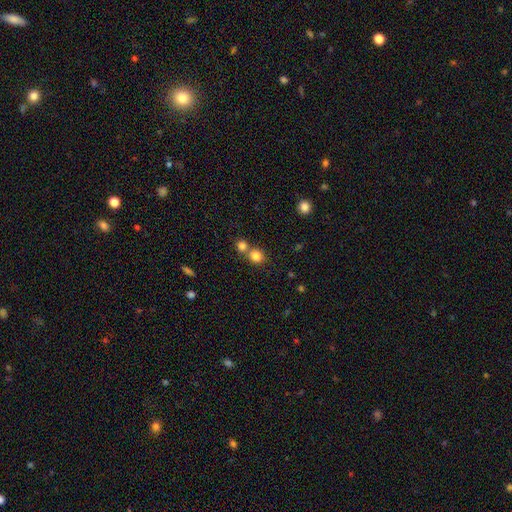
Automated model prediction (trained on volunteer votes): smooth_or_featured: smooth (p=0.82) [alt: star or artifact p=0.12]
how_rounded: round (p=0.84) [alt: in between p=0.15]
merging: none (p=0.52) [alt: merger p=0.38]